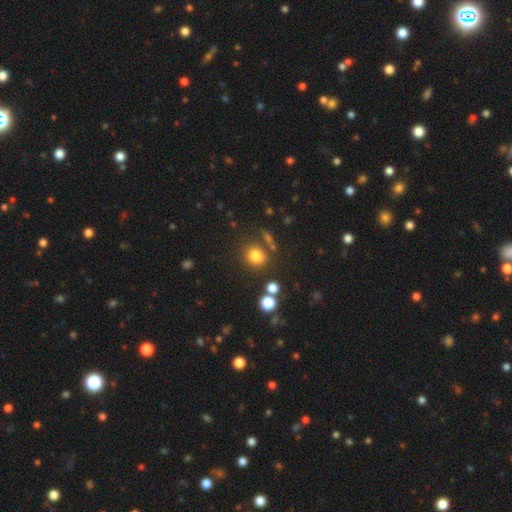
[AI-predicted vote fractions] smooth 80%, star or artifact 14%, featured or disk 6%. Down the decision tree: how rounded — round (79%); merging — none (75%).